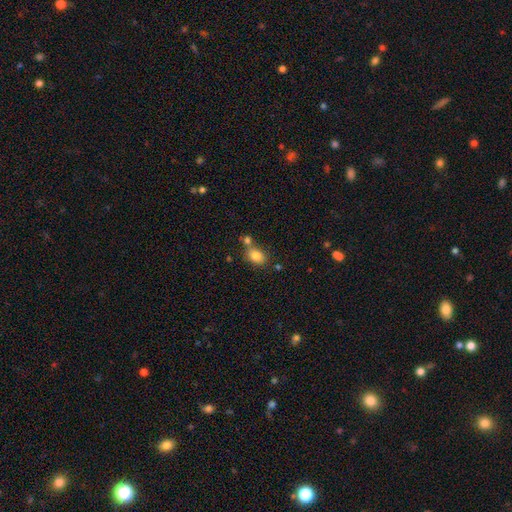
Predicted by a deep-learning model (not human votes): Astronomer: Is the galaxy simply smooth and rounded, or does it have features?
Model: smooth — 83%.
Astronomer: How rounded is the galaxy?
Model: in between — 69%.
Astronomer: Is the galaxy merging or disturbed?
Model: none — 57%.